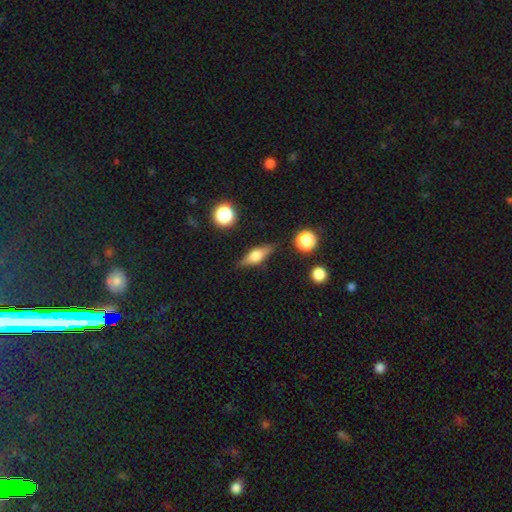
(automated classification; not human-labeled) Morphology: type=featured or disk (54%); edge-on=yes (92%); merging=none (82%).